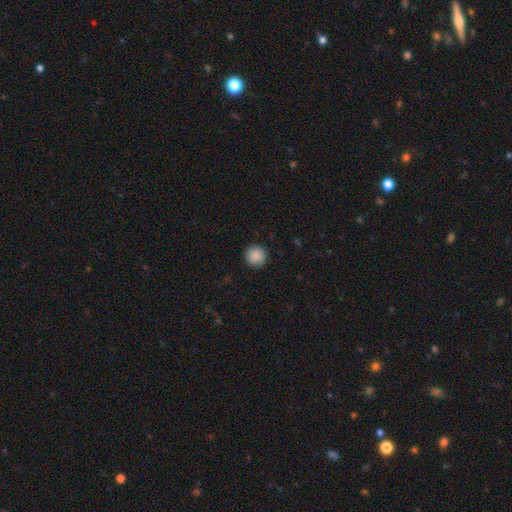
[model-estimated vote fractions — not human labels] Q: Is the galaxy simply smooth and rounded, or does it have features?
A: smooth — 89%.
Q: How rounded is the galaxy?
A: round — 95%.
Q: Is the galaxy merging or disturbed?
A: none — 92%.